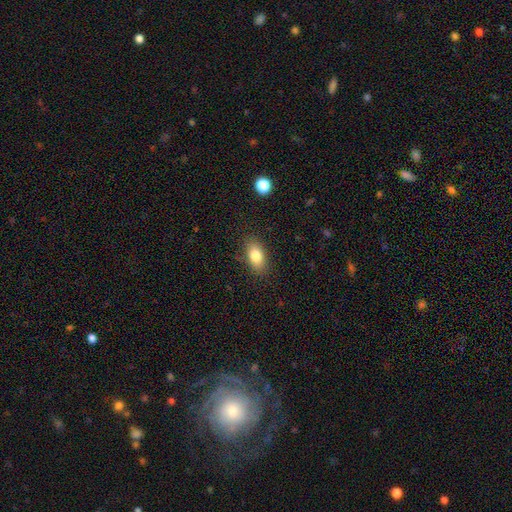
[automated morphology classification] smooth_or_featured: smooth (p=0.82) [alt: featured or disk p=0.10]
how_rounded: in between (p=0.89) [alt: round p=0.07]
merging: none (p=0.85) [alt: minor disturbance p=0.11]